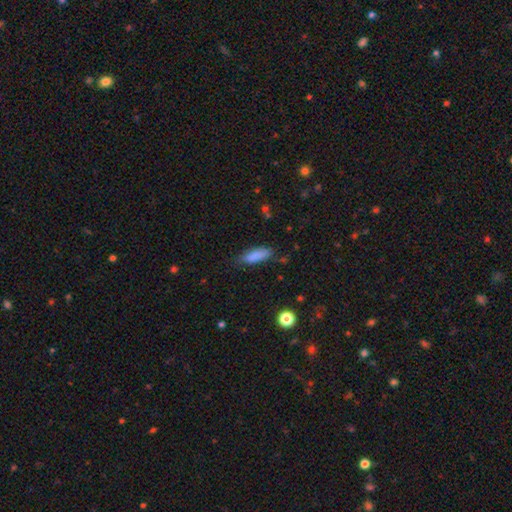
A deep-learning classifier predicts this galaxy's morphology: Smooth or featured? smooth (85%)
How rounded? in between (56%)
Merging? none (71%)